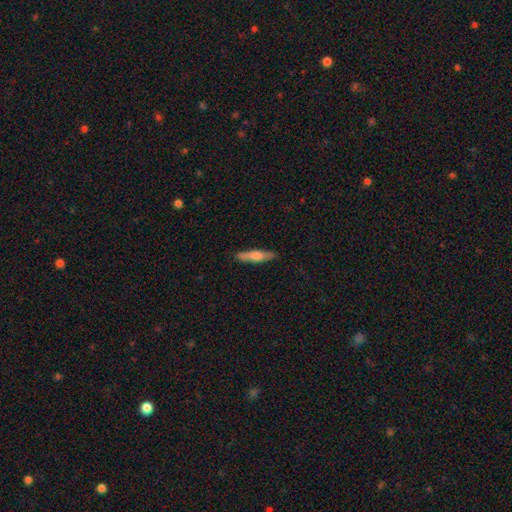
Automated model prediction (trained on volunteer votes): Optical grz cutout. It shows a smooth galaxy with no disk features (59%) that is cigar-shaped (81%). Merging: none (87%).